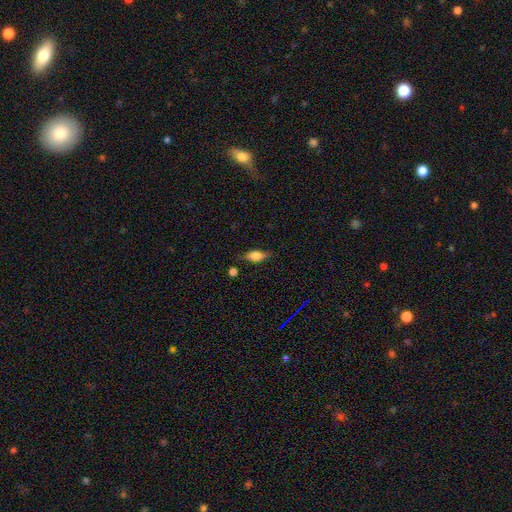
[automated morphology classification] Q: Smooth or featured?
A: smooth (71%); runner-up: featured or disk (20%)
Q: How rounded?
A: in between (82%); runner-up: cigar-shaped (13%)
Q: Merging?
A: none (74%); runner-up: minor disturbance (19%)